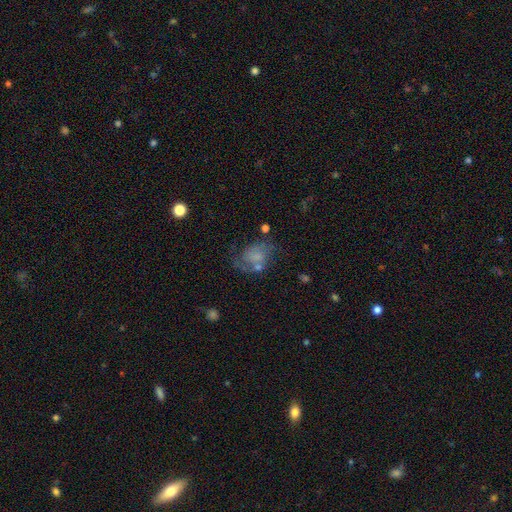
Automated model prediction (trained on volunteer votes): smooth_or_featured: featured or disk (p=0.48) [alt: smooth p=0.38]
merging: none (p=0.43) [alt: major disturbance p=0.23]